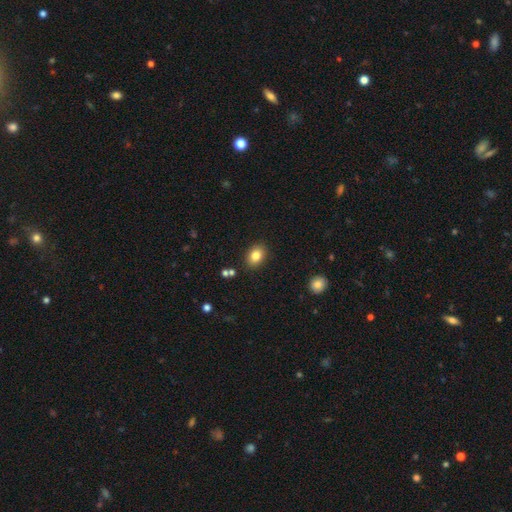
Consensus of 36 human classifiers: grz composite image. It shows a smooth galaxy with no disk features (83%) that is in between round and cigar-shaped (67%). Merging: none (89%).